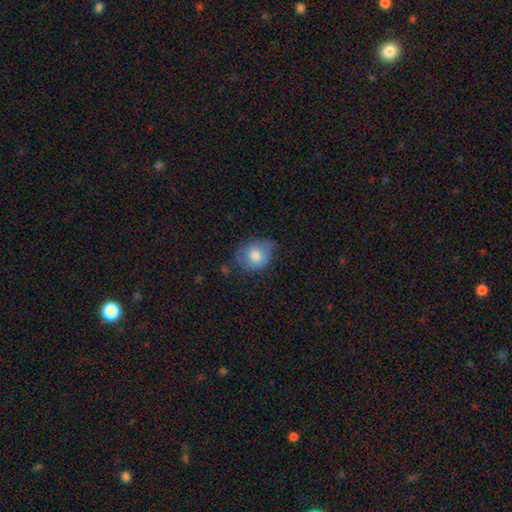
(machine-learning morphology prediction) smooth-or-featured: smooth: 76% | featured or disk: 16% | star or artifact: 8%
  how-rounded: round: 55% | in between: 44% | cigar-shaped: 1%
  merging: none: 53% | minor disturbance: 35% | major disturbance: 10% | merger: 2%